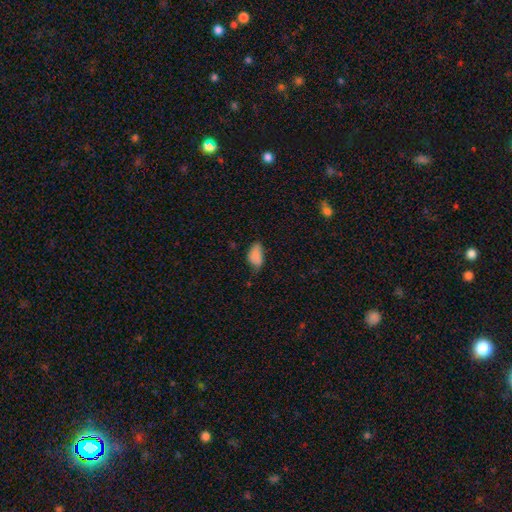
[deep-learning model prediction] A smooth galaxy with no disk features (84%) that is in between round and cigar-shaped (92%). Merging: none (49%).